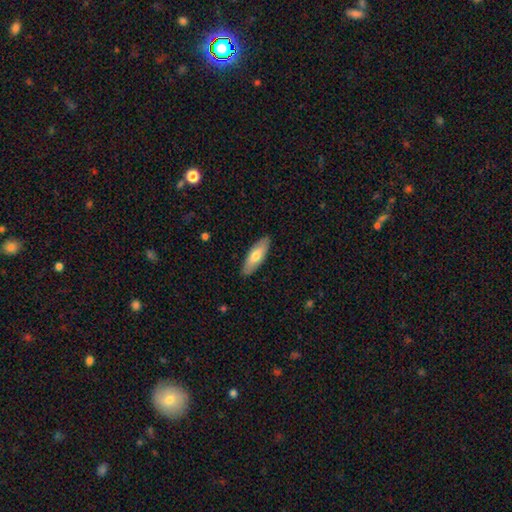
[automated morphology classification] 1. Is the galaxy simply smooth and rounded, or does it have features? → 68% smooth, 27% featured or disk, 5% star or artifact.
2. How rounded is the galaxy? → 63% in between, 35% cigar-shaped, 2% round.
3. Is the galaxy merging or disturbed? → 88% none, 9% minor disturbance, 2% major disturbance, 1% merger.